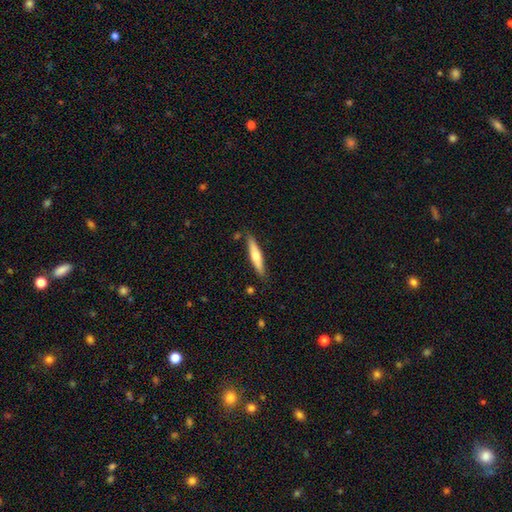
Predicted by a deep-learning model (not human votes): A smooth galaxy with no disk features (51%) that is cigar-shaped (86%).

Vote fractions:
- Smooth or featured? smooth: 51% / featured or disk: 44% / star or artifact: 5%
- How rounded? cigar-shaped: 86% / in between: 12% / round: 1%
- Merging? none: 85% / minor disturbance: 11% / merger: 3% / major disturbance: 2%